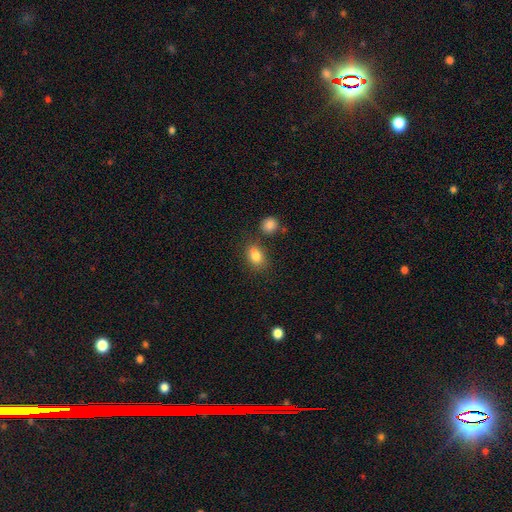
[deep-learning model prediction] Smooth or featured? smooth (83%)
How rounded? in between (78%)
Merging? none (68%)